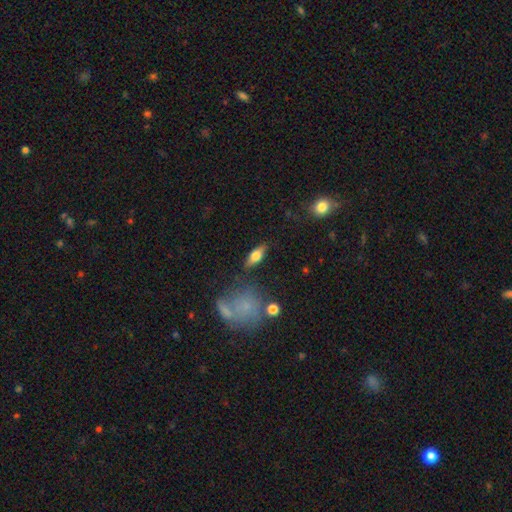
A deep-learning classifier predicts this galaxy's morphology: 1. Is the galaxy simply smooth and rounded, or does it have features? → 58% smooth, 34% featured or disk, 8% star or artifact.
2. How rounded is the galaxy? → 71% in between, 24% cigar-shaped, 5% round.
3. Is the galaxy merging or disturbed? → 81% none, 12% minor disturbance, 4% major disturbance, 3% merger.